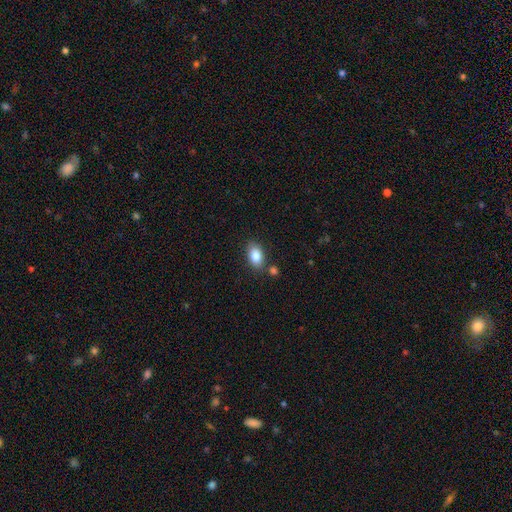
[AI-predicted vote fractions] Smooth or featured? smooth (85%)
How rounded? in between (89%)
Merging? none (77%)